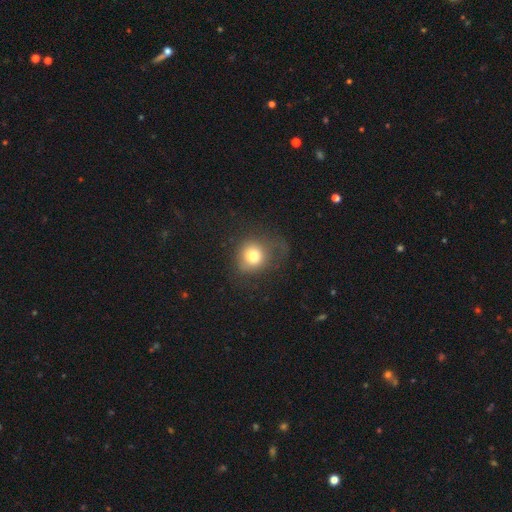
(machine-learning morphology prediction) A smooth galaxy with no disk features (74%) that is round (83%). Merging: none (57%).